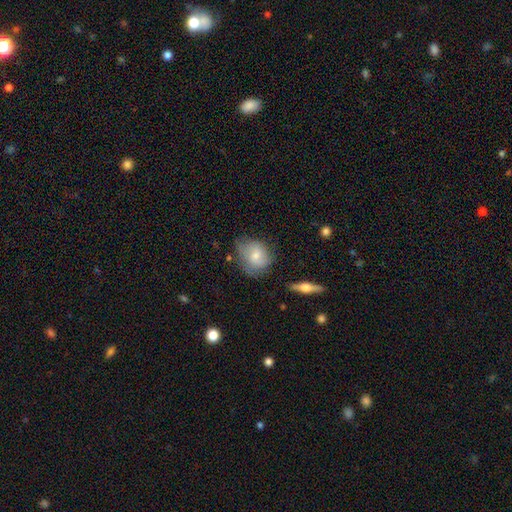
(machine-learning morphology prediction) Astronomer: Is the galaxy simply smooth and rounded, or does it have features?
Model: smooth — 69%.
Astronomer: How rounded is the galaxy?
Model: round — 55% (runner-up: in between, 43%).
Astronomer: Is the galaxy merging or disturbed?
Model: none — 54% (runner-up: minor disturbance, 33%).